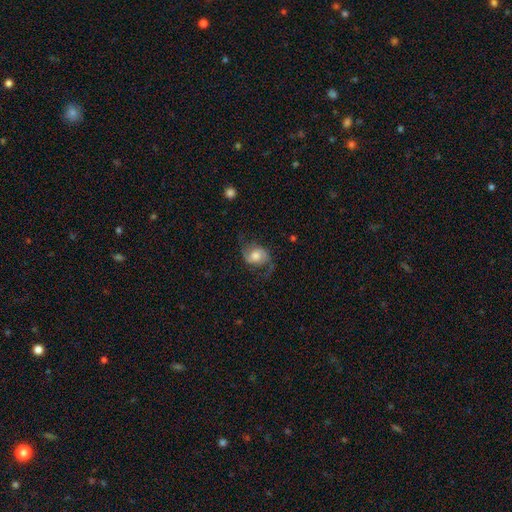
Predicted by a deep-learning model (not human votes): Smooth or featured? featured or disk (64%)
Edge-on disk? no (97%)
Bar? no (61%)
Spiral arms? yes (91%)
Spiral winding? loose (60%)
Spiral arm count? 2 (89%)
Bulge size? moderate (44%)
Merging? none (63%)